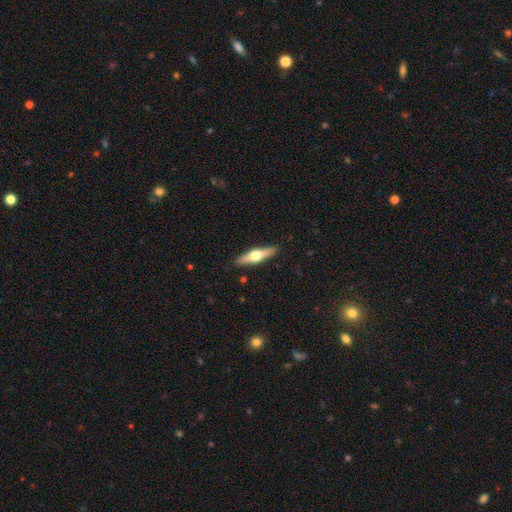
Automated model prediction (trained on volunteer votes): Smooth or featured?
  - featured or disk: 55% *
  - smooth: 39%
  - star or artifact: 5%
Edge-on disk?
  - yes: 94% *
  - no: 6%
Edge-on bulge?
  - rounded: 95% *
  - boxy: 3%
  - none: 2%
Merging?
  - none: 90% *
  - minor disturbance: 7%
  - major disturbance: 2%
  - merger: 1%